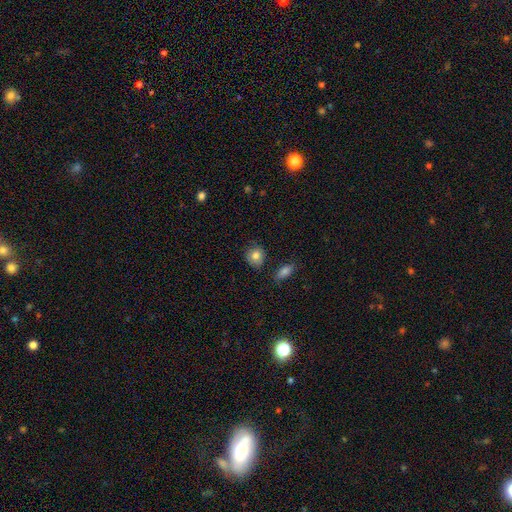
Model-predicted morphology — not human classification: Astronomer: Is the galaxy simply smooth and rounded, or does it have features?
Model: smooth — 81%.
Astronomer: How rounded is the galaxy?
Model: round — 78%.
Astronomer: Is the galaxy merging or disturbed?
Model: none — 80%.